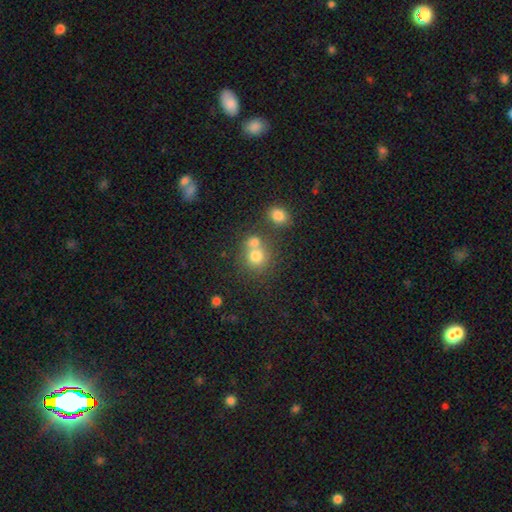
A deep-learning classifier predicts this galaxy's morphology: A smooth galaxy with no disk features (75%) that is round (82%).

Vote fractions:
- Smooth or featured? smooth: 75% / star or artifact: 13% / featured or disk: 12%
- How rounded? round: 82% / in between: 17% / cigar-shaped: 1%
- Merging? none: 45% / merger: 44% / minor disturbance: 8% / major disturbance: 4%